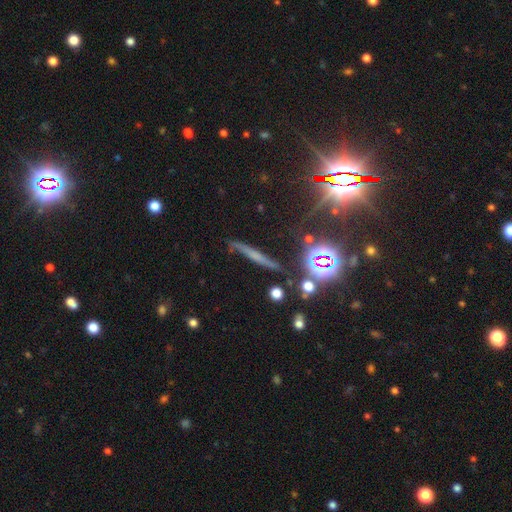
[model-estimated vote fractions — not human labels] featured or disk 41%, smooth 34%, star or artifact 25%. Down the decision tree: merging — none (81%).